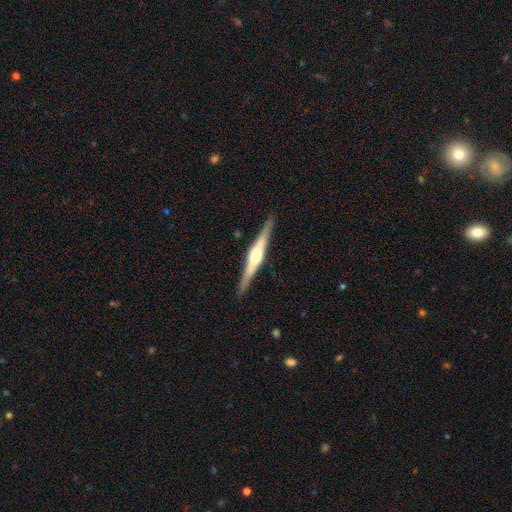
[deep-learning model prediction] The model was most divided on "smooth or featured": featured or disk: 79%, smooth: 17%, star or artifact: 5%. More confident: edge-on disk — yes (98%); merging — none (91%); edge-on bulge — rounded (80%).